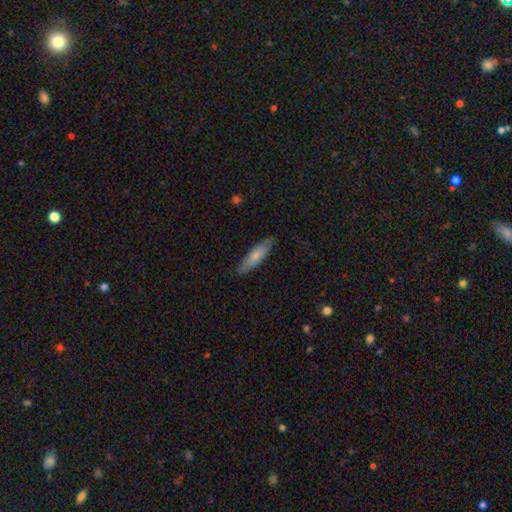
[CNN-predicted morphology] The model was most divided on "how rounded": cigar-shaped: 65%, in between: 34%, round: 2%. More confident: merging — none (83%); smooth or featured — smooth (70%).